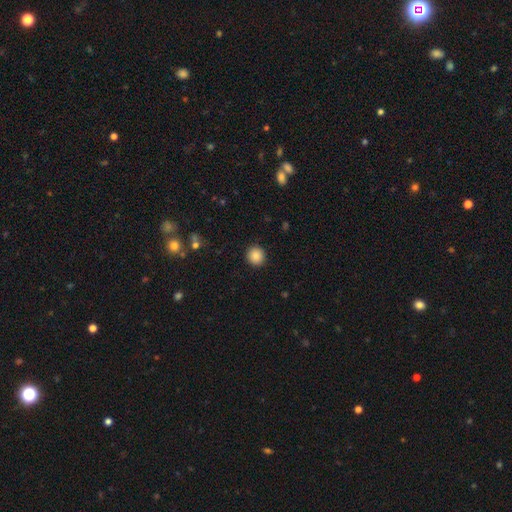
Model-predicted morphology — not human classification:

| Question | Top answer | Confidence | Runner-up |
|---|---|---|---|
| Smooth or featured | smooth | 86% | star or artifact (10%) |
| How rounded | round | 92% | in between (7%) |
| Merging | none | 92% | minor disturbance (5%) |